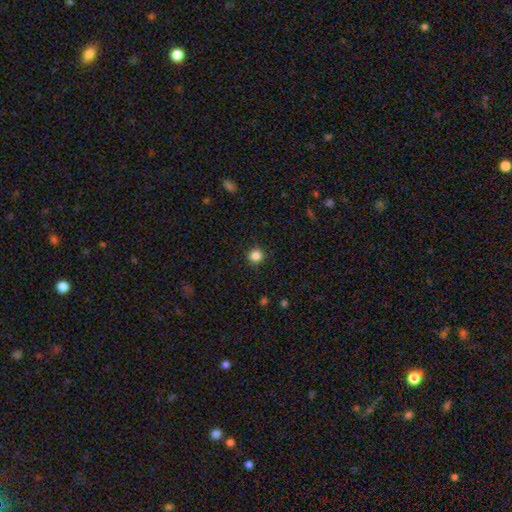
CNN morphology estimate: A smooth galaxy with no disk features (85%) that is round (94%).

Vote fractions:
- Smooth or featured? smooth: 85% / star or artifact: 11% / featured or disk: 4%
- How rounded? round: 94% / in between: 5% / cigar-shaped: 1%
- Merging? none: 92% / minor disturbance: 6% / major disturbance: 2% / merger: 1%